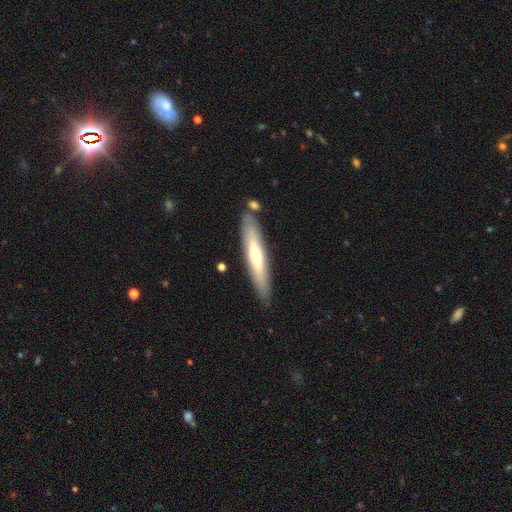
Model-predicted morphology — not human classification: This appears to be a smooth galaxy with no disk features (49%). Merging: none (83%).